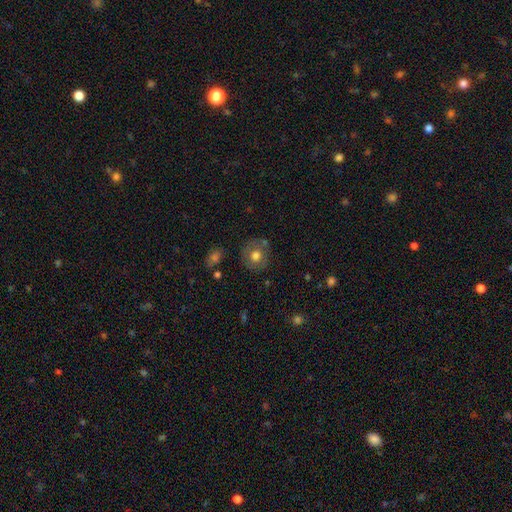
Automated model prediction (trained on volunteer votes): Smooth or featured? smooth (68%)
How rounded? round (89%)
Merging? none (79%)